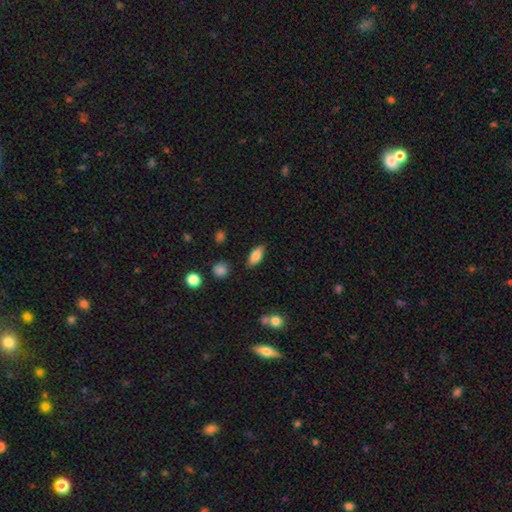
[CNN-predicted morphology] smooth_or_featured: smooth (p=0.80) [alt: featured or disk p=0.13]
how_rounded: in between (p=0.82) [alt: cigar-shaped p=0.14]
merging: none (p=0.81) [alt: minor disturbance p=0.14]